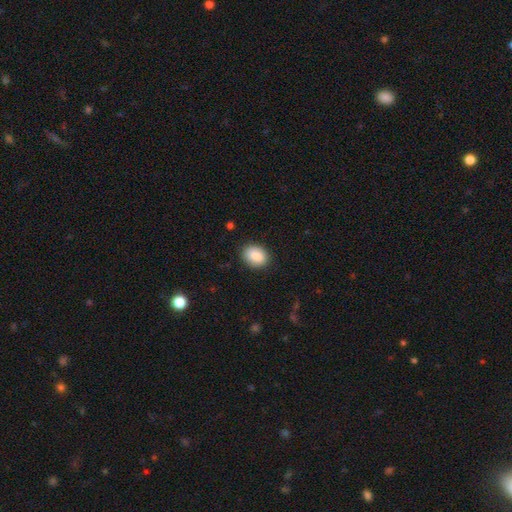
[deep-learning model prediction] Smooth or featured?
  - smooth: 87% *
  - star or artifact: 7%
  - featured or disk: 5%
How rounded?
  - in between: 62% *
  - round: 37%
  - cigar-shaped: 1%
Merging?
  - none: 87% *
  - minor disturbance: 9%
  - major disturbance: 2%
  - merger: 1%